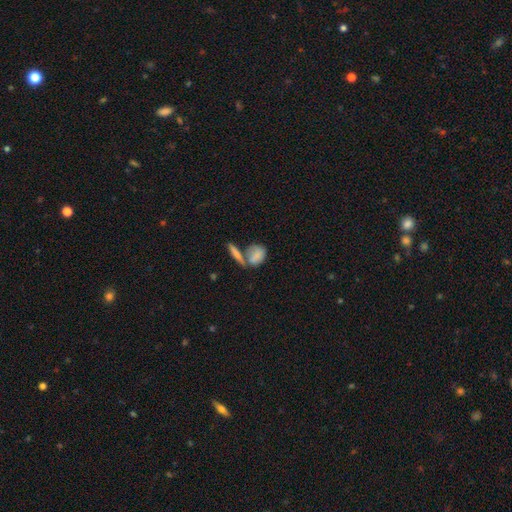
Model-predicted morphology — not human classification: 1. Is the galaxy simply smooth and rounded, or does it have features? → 78% smooth, 14% featured or disk, 8% star or artifact.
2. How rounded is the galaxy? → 70% in between, 21% round, 9% cigar-shaped.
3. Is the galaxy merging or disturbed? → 42% merger, 38% none, 13% minor disturbance, 7% major disturbance.